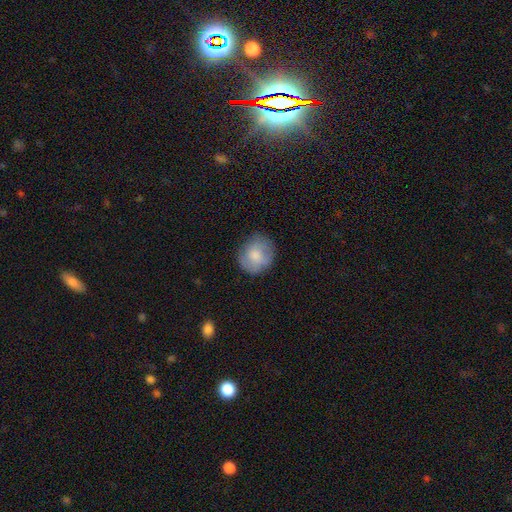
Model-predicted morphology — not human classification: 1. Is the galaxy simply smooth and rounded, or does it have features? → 77% smooth, 15% featured or disk, 7% star or artifact.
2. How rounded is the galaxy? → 76% round, 23% in between, 1% cigar-shaped.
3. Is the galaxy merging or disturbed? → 75% none, 18% minor disturbance, 6% major disturbance, 1% merger.